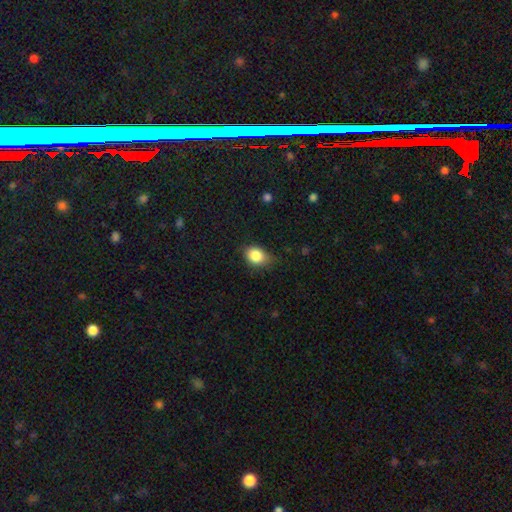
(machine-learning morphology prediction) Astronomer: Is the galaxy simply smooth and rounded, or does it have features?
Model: smooth — 85%.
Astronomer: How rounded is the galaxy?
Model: in between — 63%.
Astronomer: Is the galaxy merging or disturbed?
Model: none — 69%.